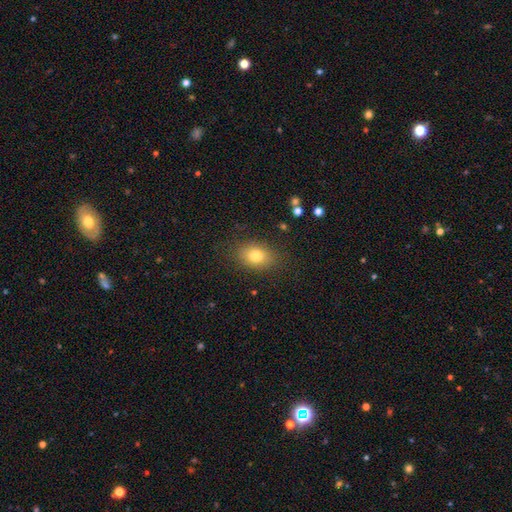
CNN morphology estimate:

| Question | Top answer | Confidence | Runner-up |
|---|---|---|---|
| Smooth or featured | smooth | 80% | featured or disk (10%) |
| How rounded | in between | 74% | round (25%) |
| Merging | none | 83% | minor disturbance (11%) |